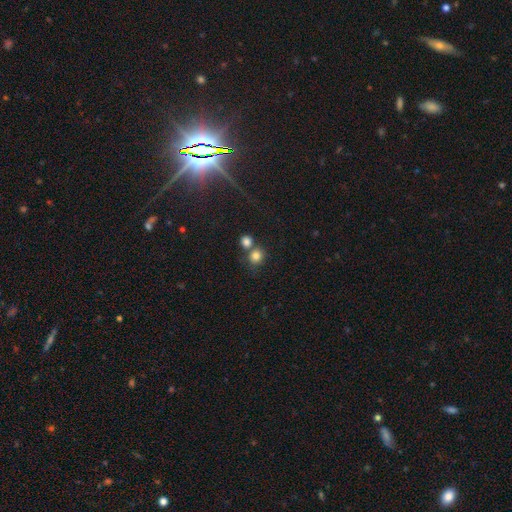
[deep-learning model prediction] Overall: smooth (81%). How rounded: round (85%). Merging: none (54%; merger 34%).